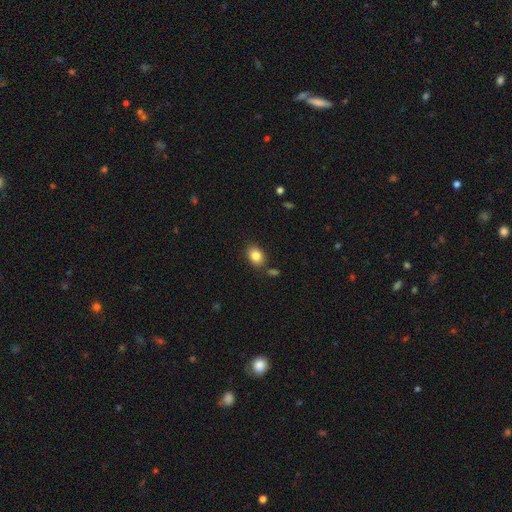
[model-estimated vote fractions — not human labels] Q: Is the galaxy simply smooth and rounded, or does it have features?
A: smooth — 84%.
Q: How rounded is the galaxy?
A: in between — 72%.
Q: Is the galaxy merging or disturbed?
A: none — 79%.